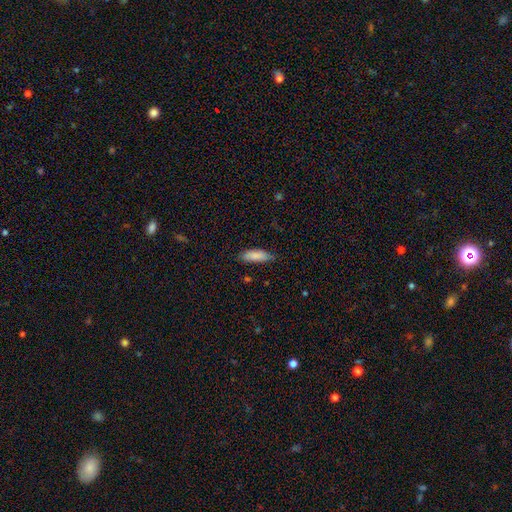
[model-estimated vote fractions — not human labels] smooth-or-featured: smooth: 87% | featured or disk: 7% | star or artifact: 7%
  how-rounded: in between: 63% | cigar-shaped: 36% | round: 2%
  merging: none: 74% | minor disturbance: 21% | major disturbance: 4% | merger: 1%